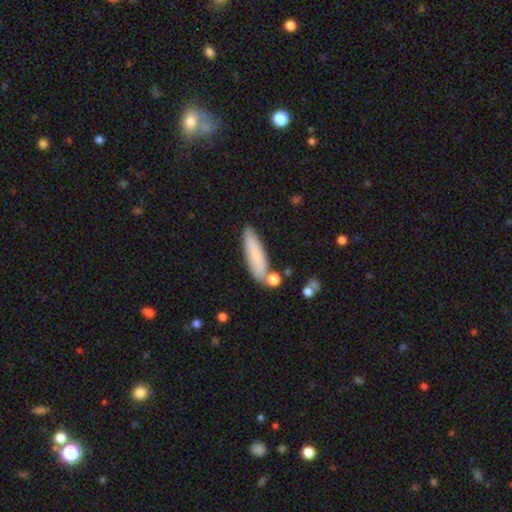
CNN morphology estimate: Smooth or featured? Predicted: smooth (p=0.80). How rounded? Predicted: cigar-shaped (p=0.67). Merging? Predicted: none (p=0.76).